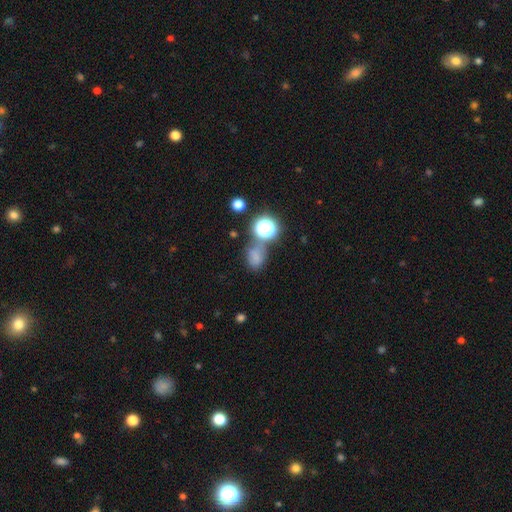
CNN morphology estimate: This appears to be a smooth galaxy with no disk features (65%) that is in between round and cigar-shaped (56%). Merging: none (48%).